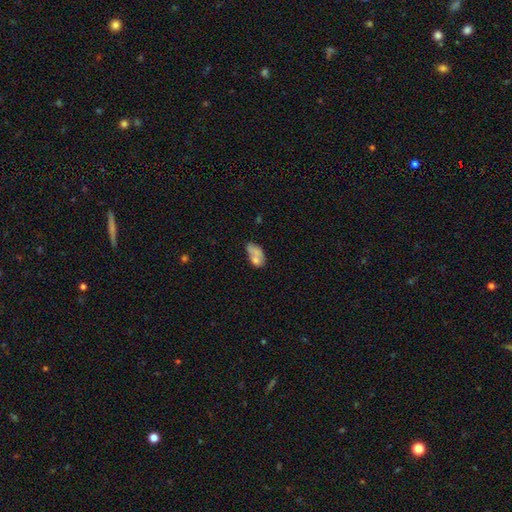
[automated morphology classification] This is likely a smooth galaxy (64%). How rounded: clearly in between (87%). Merging: marginally merger (40%).